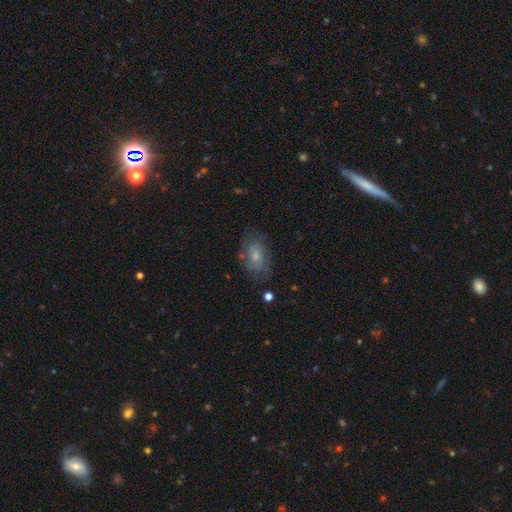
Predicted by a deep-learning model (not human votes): Q: Smooth or featured?
A: smooth (52%); runner-up: featured or disk (39%)
Q: How rounded?
A: in between (84%); runner-up: round (14%)
Q: Merging?
A: none (67%); runner-up: minor disturbance (21%)